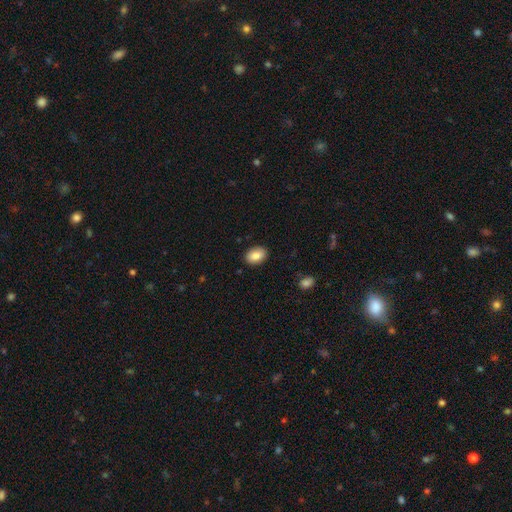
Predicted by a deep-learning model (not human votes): smooth-or-featured: smooth: 87% | star or artifact: 7% | featured or disk: 6%
  how-rounded: in between: 85% | round: 14% | cigar-shaped: 1%
  merging: none: 89% | minor disturbance: 8% | major disturbance: 2% | merger: 1%